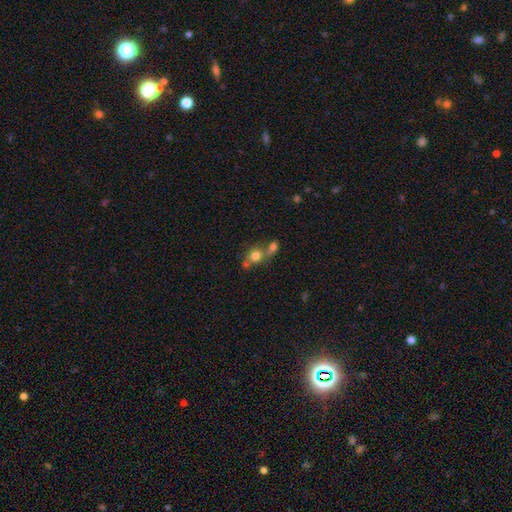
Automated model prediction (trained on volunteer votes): The model was most divided on "merging": merger: 52%, none: 35%, minor disturbance: 9%, major disturbance: 5%. More confident: how rounded — round (74%); smooth or featured — smooth (72%).